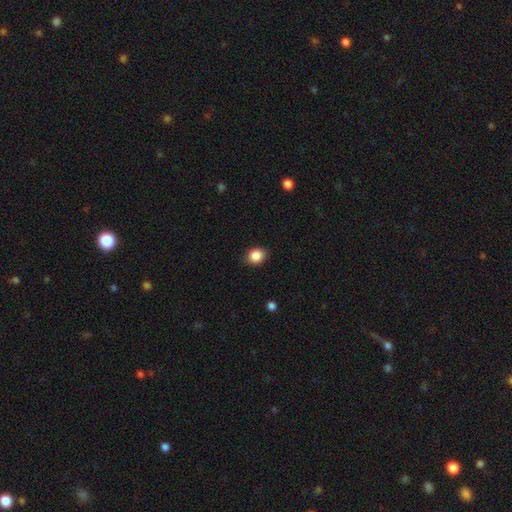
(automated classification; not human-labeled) This appears to be a smooth galaxy with no disk features (88%) that is round (55%). Merging: none (86%).